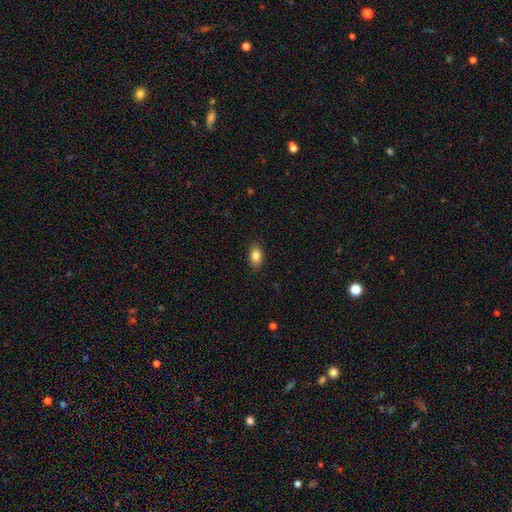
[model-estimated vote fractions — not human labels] The model was most divided on "smooth or featured": smooth: 86%, star or artifact: 8%, featured or disk: 6%. More confident: merging — none (89%); how rounded — in between (89%).